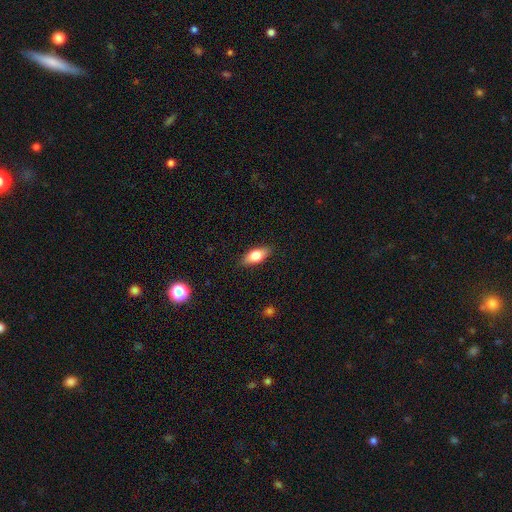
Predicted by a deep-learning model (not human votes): This is likely a smooth galaxy (78%). How rounded: clearly in between (84%). Merging: clearly none (87%).